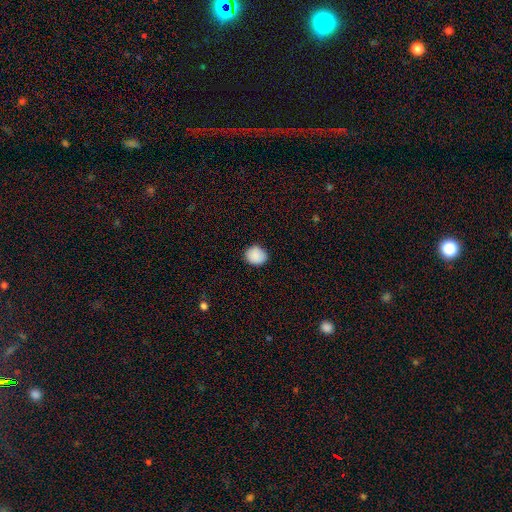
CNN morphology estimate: smooth 89%, star or artifact 8%, featured or disk 3%. Down the decision tree: how rounded — round (78%); merging — none (86%).